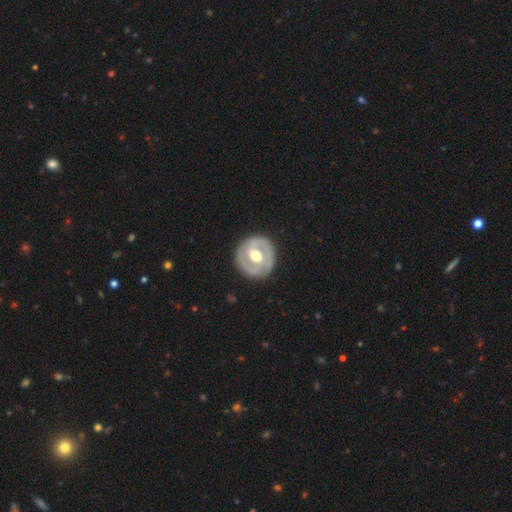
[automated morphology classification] Overall: featured or disk (71%). Edge-on disk: no (97%). Bar: weak (43%; no 32%). Spiral arms: yes (61%; no 39%). Bulge size: moderate (76%). Merging: none (87%).